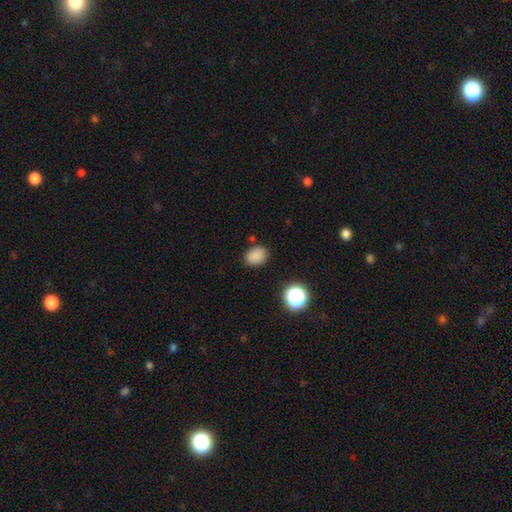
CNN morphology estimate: This is clearly a smooth galaxy (84%). How rounded: likely in between (65%). Merging: clearly none (82%).